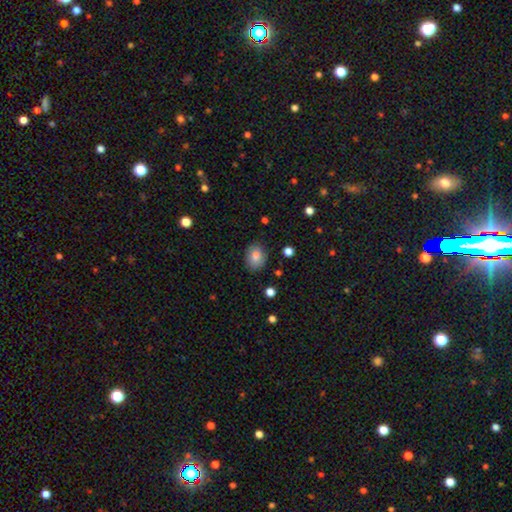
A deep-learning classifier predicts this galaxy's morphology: This appears to be a smooth galaxy with no disk features (82%) that is in between round and cigar-shaped (56%). Merging: none (84%).